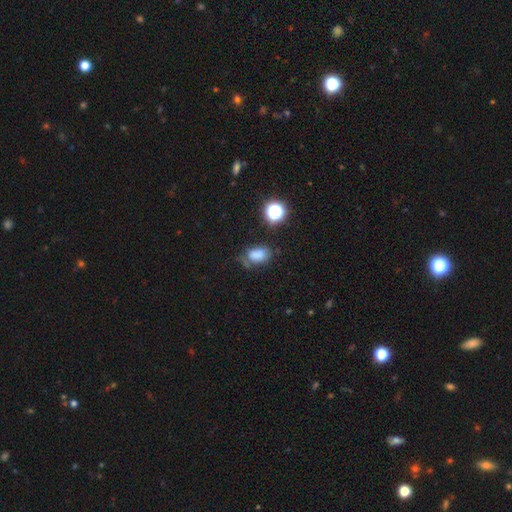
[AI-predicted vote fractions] The model was most divided on "merging": none: 53%, minor disturbance: 28%, major disturbance: 11%, merger: 8%. More confident: how rounded — in between (79%); smooth or featured — smooth (75%).